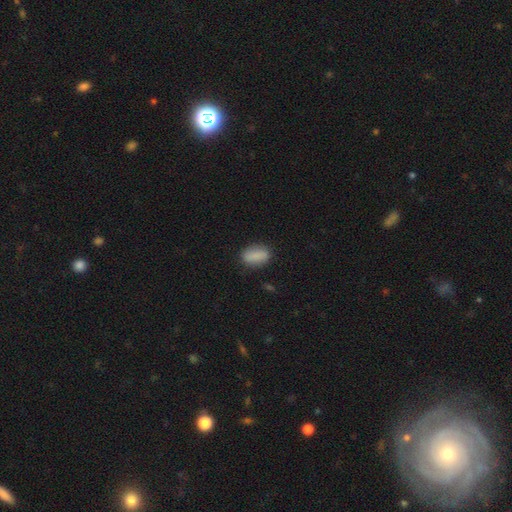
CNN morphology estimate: A smooth galaxy with no disk features (85%) that is in between round and cigar-shaped (83%).

Vote fractions:
- Smooth or featured? smooth: 85% / star or artifact: 8% / featured or disk: 7%
- How rounded? in between: 83% / round: 11% / cigar-shaped: 6%
- Merging? none: 82% / minor disturbance: 13% / major disturbance: 3% / merger: 2%